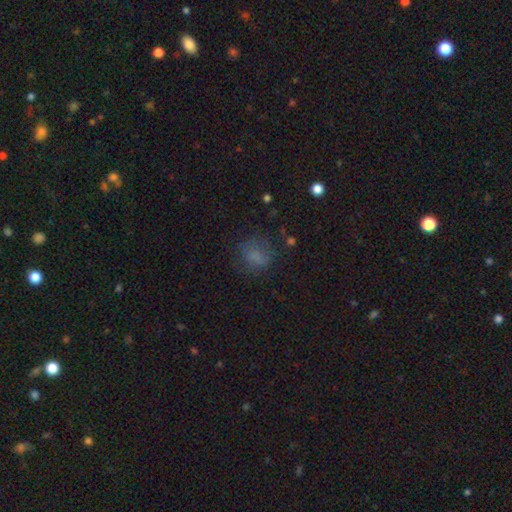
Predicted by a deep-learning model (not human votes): A smooth galaxy with no disk features (68%) that is round (57%). Merging: none (63%).